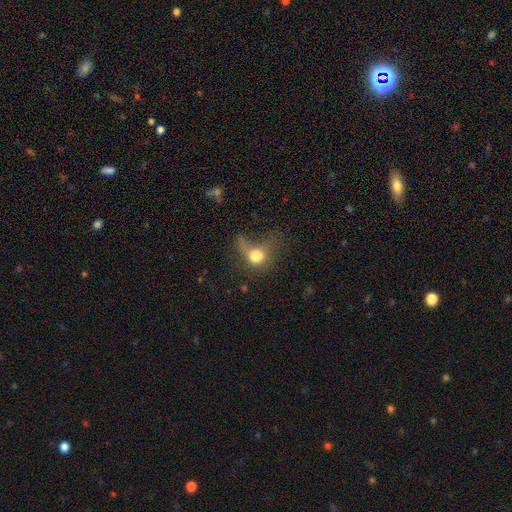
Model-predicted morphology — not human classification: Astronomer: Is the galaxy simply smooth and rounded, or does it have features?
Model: smooth — 69%.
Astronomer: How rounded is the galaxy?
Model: round — 59% (runner-up: in between, 39%).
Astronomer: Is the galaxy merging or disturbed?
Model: major disturbance — 49%.